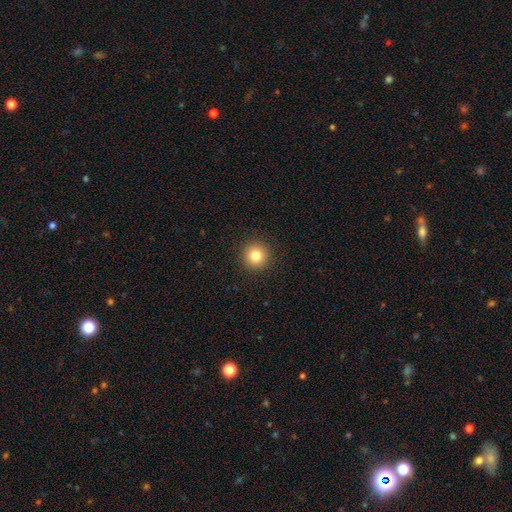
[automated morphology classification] Smooth or featured?
  - smooth: 82% *
  - star or artifact: 12%
  - featured or disk: 6%
How rounded?
  - round: 95% *
  - in between: 4%
  - cigar-shaped: 1%
Merging?
  - none: 93% *
  - minor disturbance: 5%
  - major disturbance: 2%
  - merger: 1%